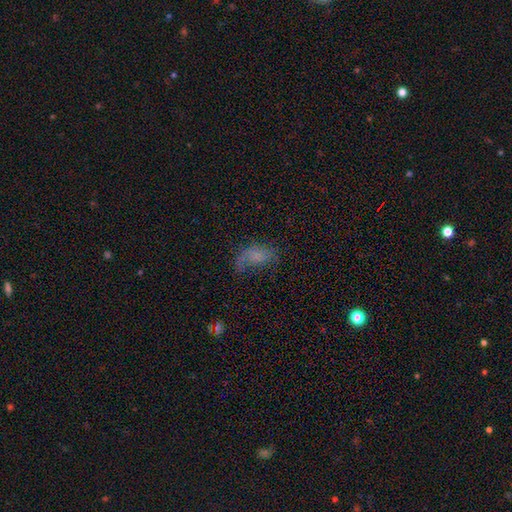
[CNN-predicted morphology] Smooth or featured? smooth (54%)
How rounded? in between (89%)
Merging? none (35%, tied with major disturbance)